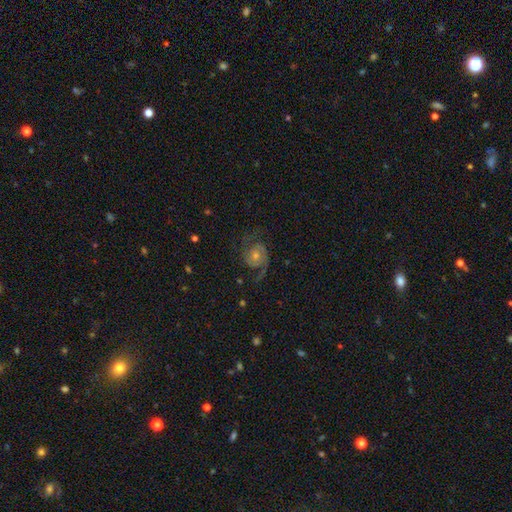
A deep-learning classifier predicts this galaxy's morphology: Smooth or featured?
  - featured or disk: 86% *
  - star or artifact: 8%
  - smooth: 6%
Edge-on disk?
  - no: 98% *
  - yes: 2%
Bar?
  - no: 68% *
  - weak: 27%
  - strong: 6%
Spiral arms?
  - yes: 97% *
  - no: 3%
Spiral winding?
  - medium: 52% *
  - tight: 29%
  - loose: 19%
Spiral arm count?
  - 2: 87% *
  - can't tell: 4%
  - 3: 4%
  - 1: 2%
  - 4: 2%
  - more than 4: 2%
Bulge size?
  - moderate: 49% *
  - small: 44%
  - large: 4%
  - none: 3%
  - dominant: 1%
Merging?
  - none: 73% *
  - minor disturbance: 15%
  - major disturbance: 10%
  - merger: 1%